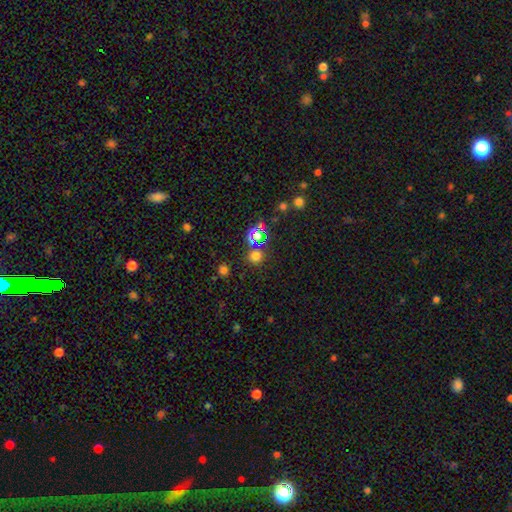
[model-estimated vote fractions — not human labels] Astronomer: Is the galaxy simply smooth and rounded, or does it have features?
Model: smooth — 64%.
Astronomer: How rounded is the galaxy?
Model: round — 91%.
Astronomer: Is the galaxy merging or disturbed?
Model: none — 82%.